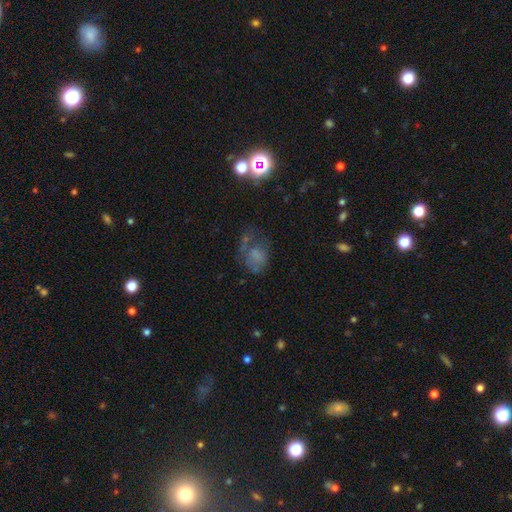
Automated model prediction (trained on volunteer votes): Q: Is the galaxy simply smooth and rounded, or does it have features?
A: smooth — 49%.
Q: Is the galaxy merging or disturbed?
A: major disturbance — 38%.